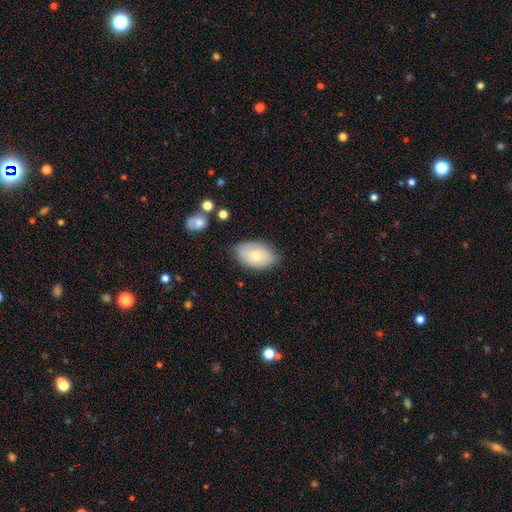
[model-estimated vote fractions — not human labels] Smooth or featured? Predicted: smooth (p=0.75). How rounded? Predicted: in between (p=0.92). Merging? Predicted: none (p=0.75).